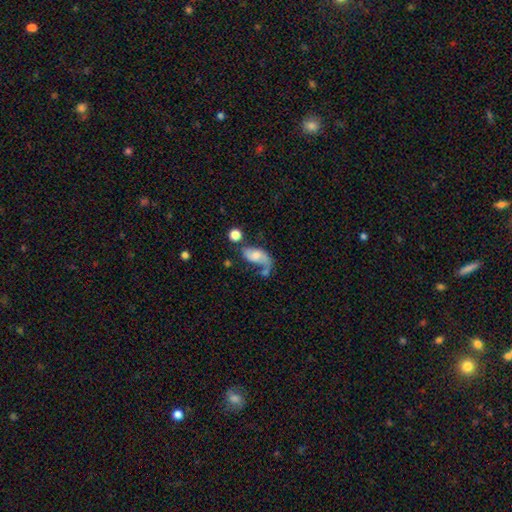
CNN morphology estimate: Overall: featured or disk (52%; smooth 39%). Edge-on disk: no (94%). Merging: none (32%; major disturbance 24%).